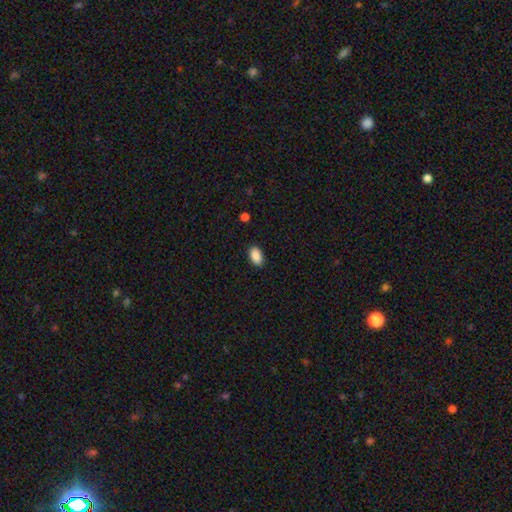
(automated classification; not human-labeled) Smooth or featured? smooth (89%)
How rounded? in between (93%)
Merging? none (89%)